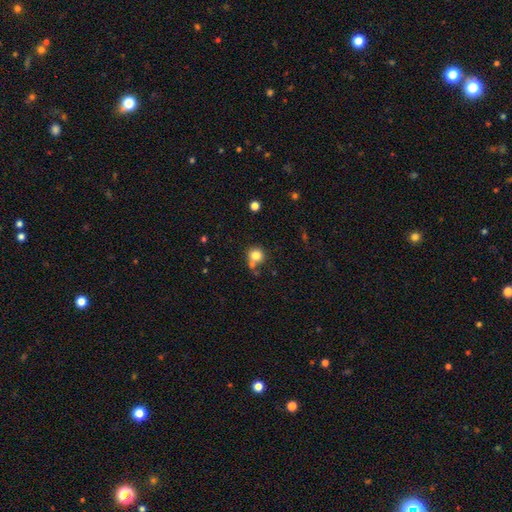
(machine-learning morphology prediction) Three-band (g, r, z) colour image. It shows a smooth galaxy with no disk features (81%) that is round (87%). Merging: none (58%).